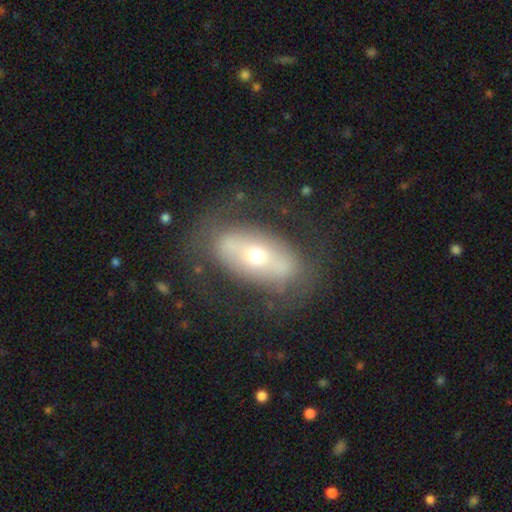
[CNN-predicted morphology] Q: Smooth or featured?
A: featured or disk (58%); runner-up: smooth (34%)
Q: Edge-on disk?
A: no (84%); runner-up: yes (16%)
Q: Merging?
A: none (71%); runner-up: minor disturbance (15%)